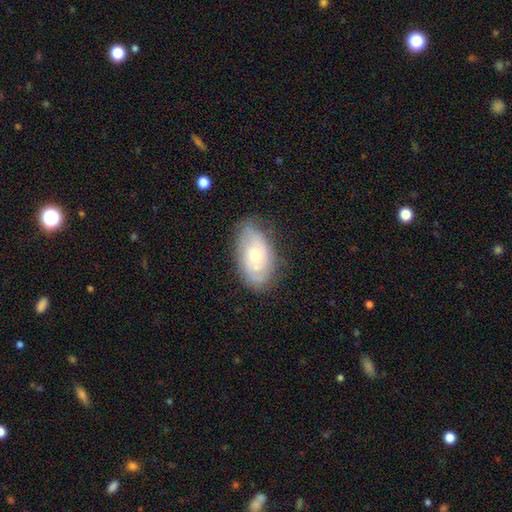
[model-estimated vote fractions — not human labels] This appears to be a featured or disk galaxy (58%) with no bar (77%), spiral arms (77%) and a moderate central bulge (56%). Merging: none (72%).